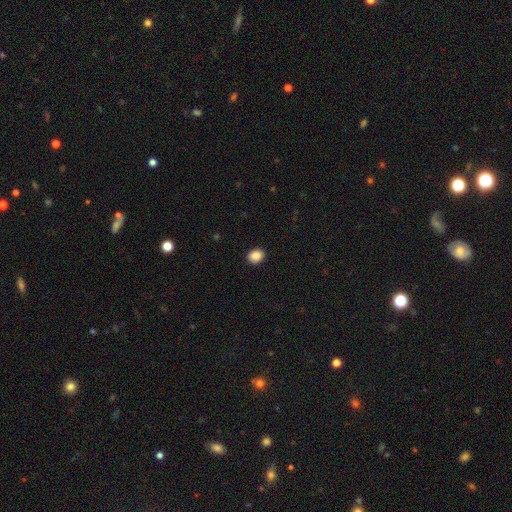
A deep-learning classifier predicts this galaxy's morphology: smooth-or-featured: smooth: 89% | star or artifact: 8% | featured or disk: 3%
  how-rounded: in between: 53% | round: 46% | cigar-shaped: 1%
  merging: none: 91% | minor disturbance: 7% | major disturbance: 2% | merger: 1%